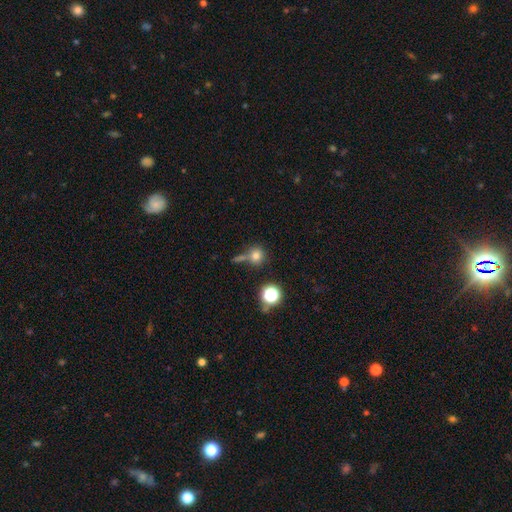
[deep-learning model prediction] Smooth or featured?
  - smooth: 75% *
  - star or artifact: 16%
  - featured or disk: 9%
How rounded?
  - round: 89% *
  - in between: 10%
  - cigar-shaped: 1%
Merging?
  - none: 63% *
  - merger: 19%
  - minor disturbance: 12%
  - major disturbance: 6%